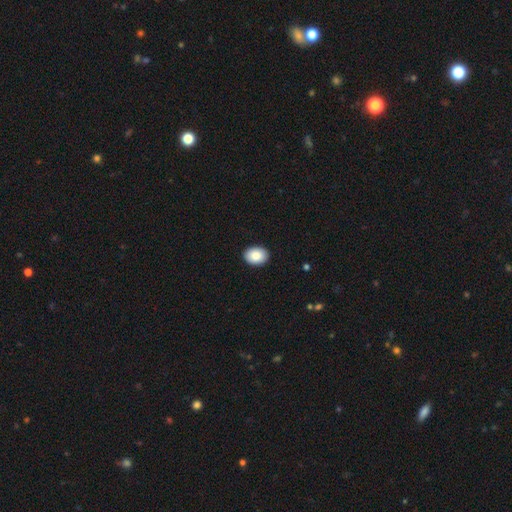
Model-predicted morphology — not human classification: This is clearly a smooth galaxy (88%). How rounded: likely in between (73%). Merging: clearly none (91%).